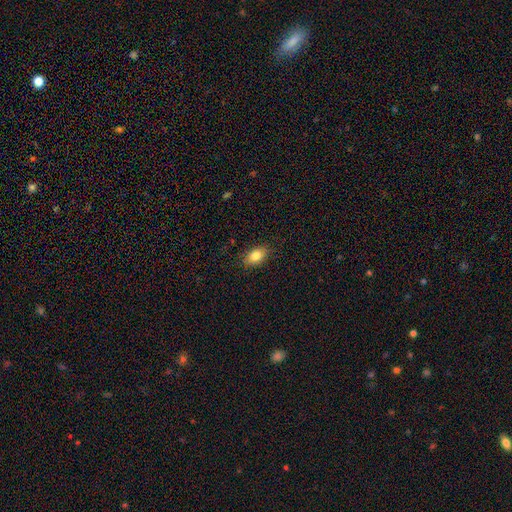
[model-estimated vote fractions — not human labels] Morphology: type=smooth (83%); roundness=in between (85%); merging=none (86%).